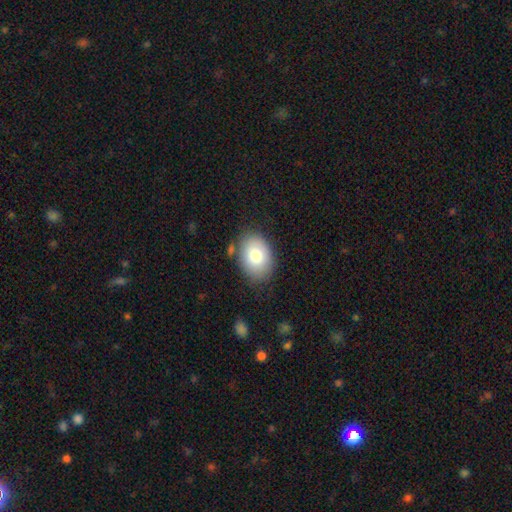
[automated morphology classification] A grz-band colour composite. It shows a smooth galaxy with no disk features (82%) that is in between round and cigar-shaped (80%). Merging: none (79%).